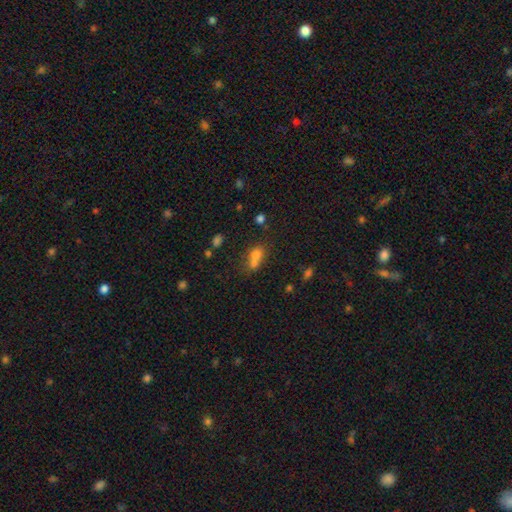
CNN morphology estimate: Smooth or featured? Predicted: smooth (p=0.68). How rounded? Predicted: round (p=0.58). Merging? Predicted: merger (p=0.60).